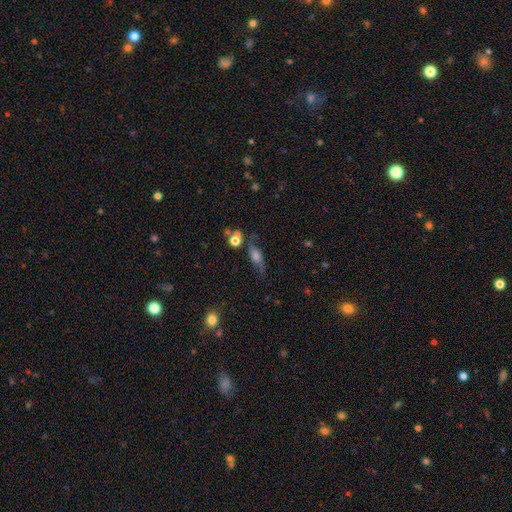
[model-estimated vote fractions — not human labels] smooth 48%, featured or disk 36%, star or artifact 16%. Down the decision tree: merging — none (52%).